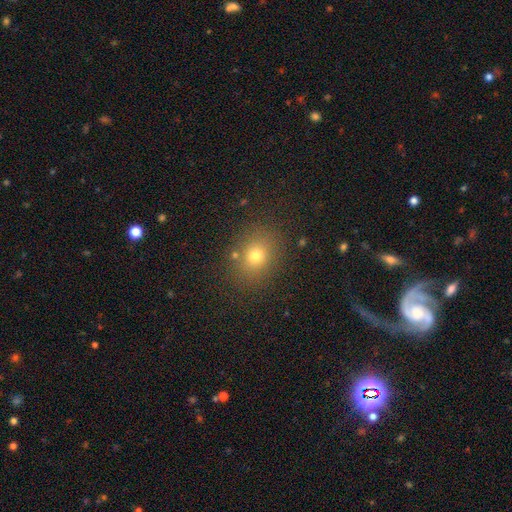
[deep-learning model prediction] smooth_or_featured: smooth (p=0.72) [alt: star or artifact p=0.18]
how_rounded: round (p=0.62) [alt: in between p=0.37]
merging: none (p=0.83) [alt: minor disturbance p=0.10]